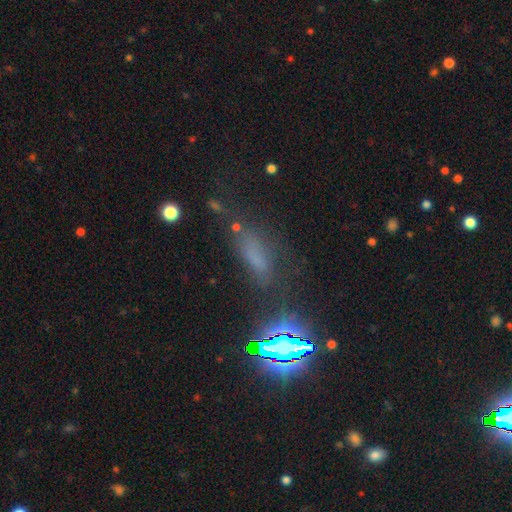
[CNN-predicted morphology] smooth_or_featured: smooth (p=0.49) [alt: star or artifact p=0.35]
merging: none (p=0.58) [alt: minor disturbance p=0.22]